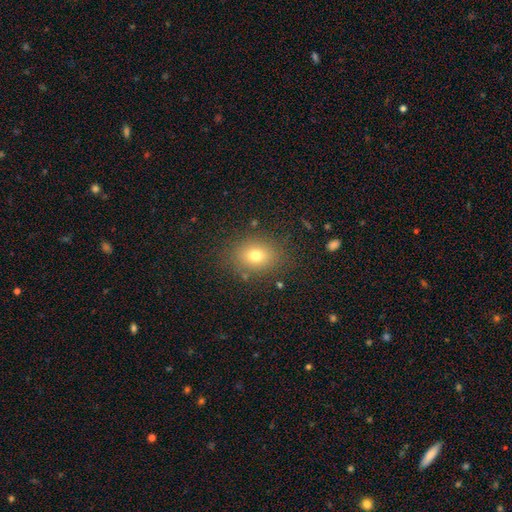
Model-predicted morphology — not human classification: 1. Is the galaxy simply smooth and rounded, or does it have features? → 75% smooth, 14% star or artifact, 11% featured or disk.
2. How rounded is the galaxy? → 54% in between, 45% round, 1% cigar-shaped.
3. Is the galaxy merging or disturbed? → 83% none, 11% minor disturbance, 4% major disturbance, 2% merger.